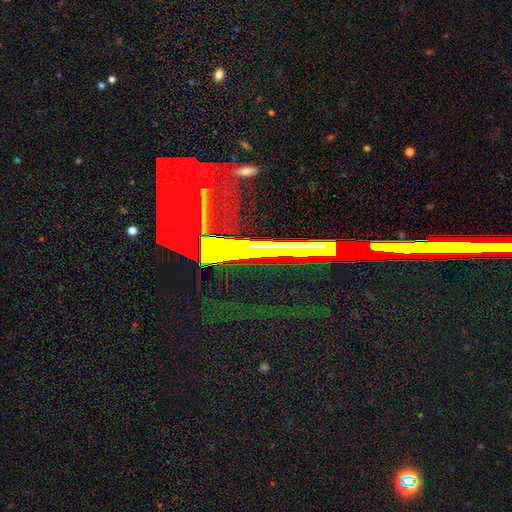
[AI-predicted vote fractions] Smooth or featured? Predicted: star or artifact (p=0.65).